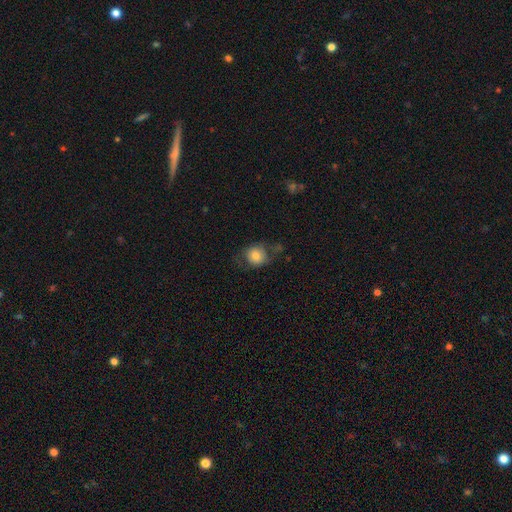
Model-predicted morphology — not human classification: Overall: smooth (74%). How rounded: round (78%). Merging: none (58%; minor disturbance 23%).